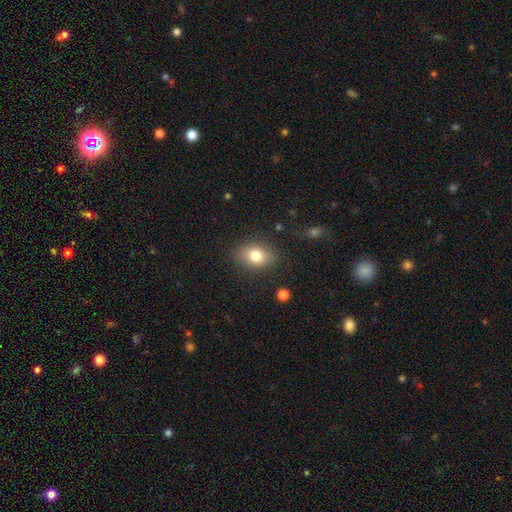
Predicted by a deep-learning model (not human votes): Smooth or featured? Predicted: smooth (p=0.79). How rounded? Predicted: in between (p=0.72). Merging? Predicted: none (p=0.84).